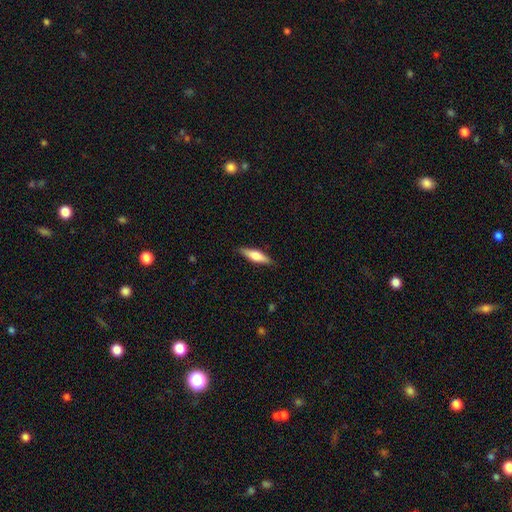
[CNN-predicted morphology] A smooth galaxy with no disk features (61%) that is cigar-shaped (65%). Merging: none (87%).